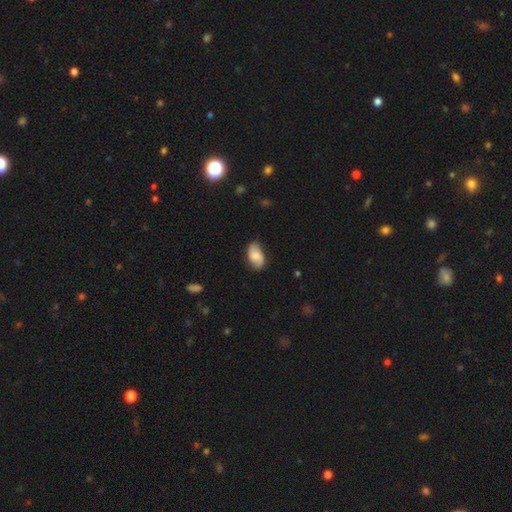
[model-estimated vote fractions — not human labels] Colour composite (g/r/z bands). It shows a smooth galaxy with no disk features (60%) that is in between round and cigar-shaped (92%). Merging: none (75%).